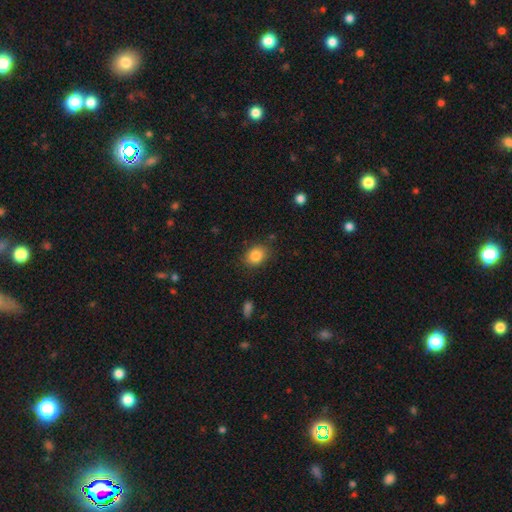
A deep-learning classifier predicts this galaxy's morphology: Smooth or featured?
  - smooth: 84% *
  - star or artifact: 9%
  - featured or disk: 6%
How rounded?
  - in between: 54% *
  - round: 45%
  - cigar-shaped: 1%
Merging?
  - none: 83% *
  - minor disturbance: 12%
  - major disturbance: 3%
  - merger: 2%